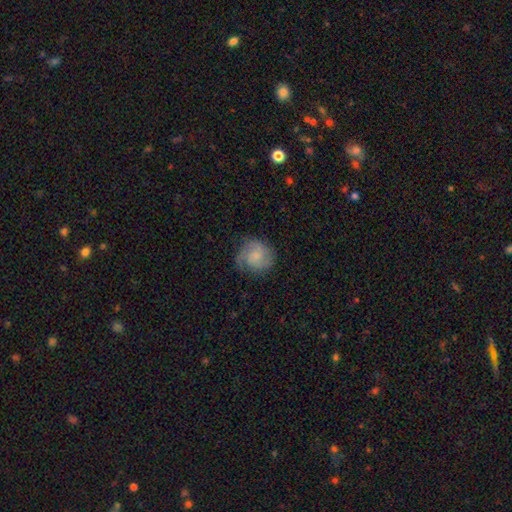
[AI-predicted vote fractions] featured or disk 60%, smooth 33%, star or artifact 7%. Down the decision tree: edge-on disk — no (98%); bar — no (65%); spiral arms — yes (93%); spiral arm count — 2 (50%); spiral winding — medium (44%); bulge size — small (51%); merging — none (70%).